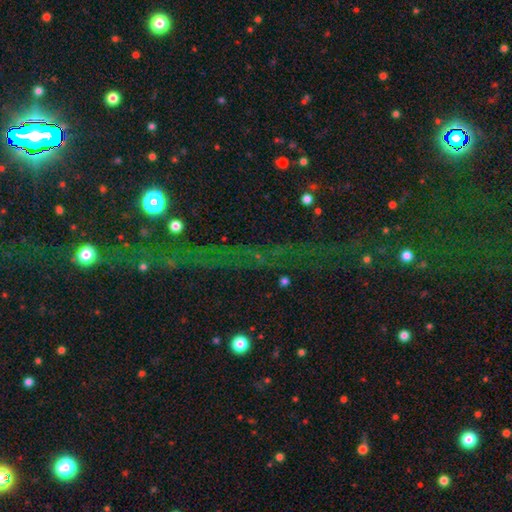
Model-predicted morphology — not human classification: A star or artifact, not a galaxy (78%).

Vote fractions:
- Smooth or featured? star or artifact: 78% / featured or disk: 11% / smooth: 11%